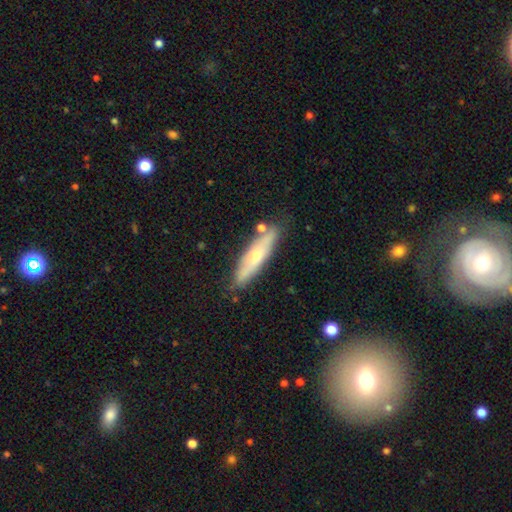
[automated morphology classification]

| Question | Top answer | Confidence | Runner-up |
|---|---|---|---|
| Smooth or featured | smooth | 50% | featured or disk (44%) |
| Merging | none | 77% | minor disturbance (14%) |